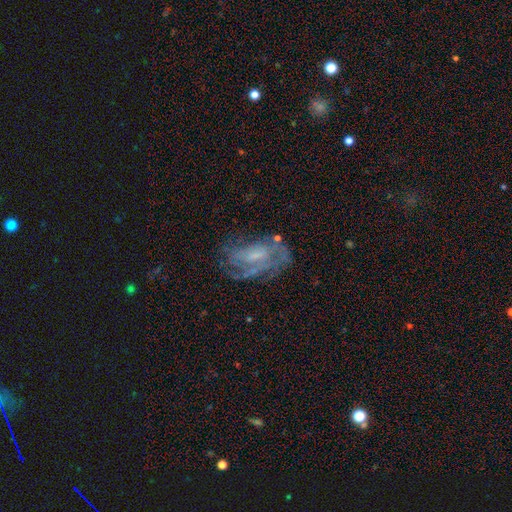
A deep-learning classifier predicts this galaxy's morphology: A featured or disk galaxy (68%) with no bar (47%), spiral arms (73%) and a small central bulge (41%).

Vote fractions:
- Smooth or featured? featured or disk: 68% / smooth: 22% / star or artifact: 10%
- Edge-on disk? no: 93% / yes: 7%
- Bar? no: 47% / weak: 41% / strong: 12%
- Spiral arms? yes: 73% / no: 27%
- Bulge size? small: 41% / moderate: 30% / none: 23% / large: 4% / dominant: 1%
- Merging? none: 54% / minor disturbance: 23% / major disturbance: 20% / merger: 3%